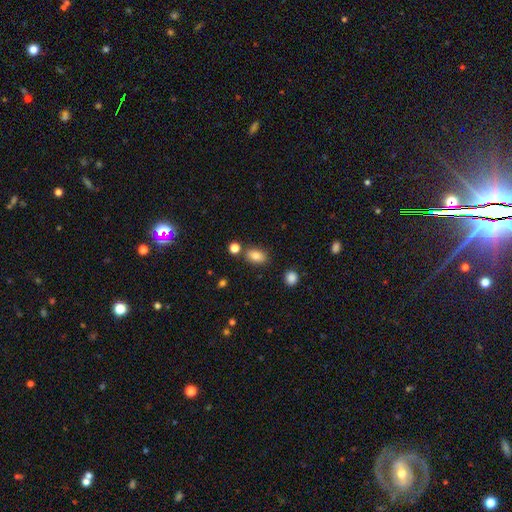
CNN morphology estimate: A smooth galaxy with no disk features (83%) that is in between round and cigar-shaped (86%).

Vote fractions:
- Smooth or featured? smooth: 83% / star or artifact: 10% / featured or disk: 8%
- How rounded? in between: 86% / round: 11% / cigar-shaped: 3%
- Merging? none: 76% / minor disturbance: 12% / merger: 9% / major disturbance: 3%